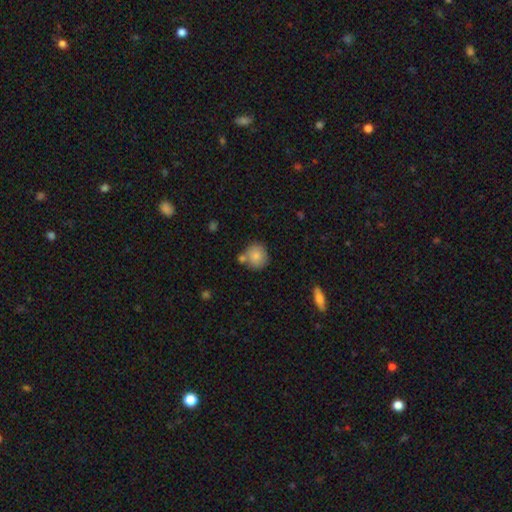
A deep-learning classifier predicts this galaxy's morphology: smooth-or-featured: smooth: 81% | featured or disk: 10% | star or artifact: 8%
  how-rounded: round: 88% | in between: 11% | cigar-shaped: 1%
  merging: none: 65% | merger: 19% | minor disturbance: 13% | major disturbance: 3%